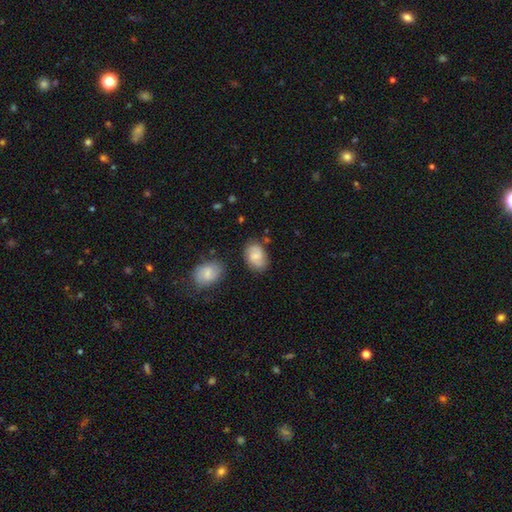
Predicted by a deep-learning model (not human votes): Smooth or featured: smooth — 61% (featured or disk — 31%)
How rounded: in between — 82% (round — 17%)
Merging: none — 73% (minor disturbance — 18%)